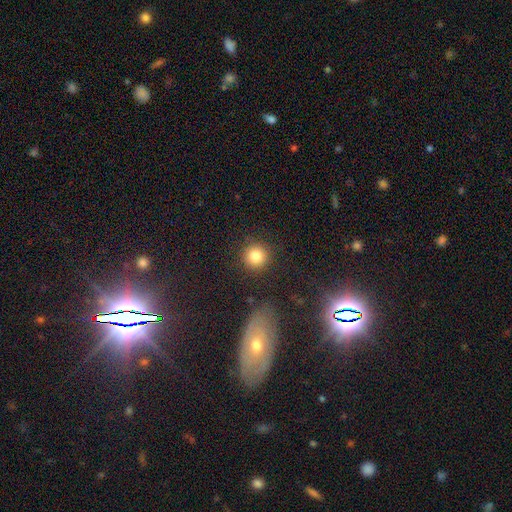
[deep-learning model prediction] A smooth galaxy with no disk features (83%) that is round (94%).

Vote fractions:
- Smooth or featured? smooth: 83% / star or artifact: 11% / featured or disk: 6%
- How rounded? round: 94% / in between: 5% / cigar-shaped: 1%
- Merging? none: 89% / minor disturbance: 7% / major disturbance: 3% / merger: 2%